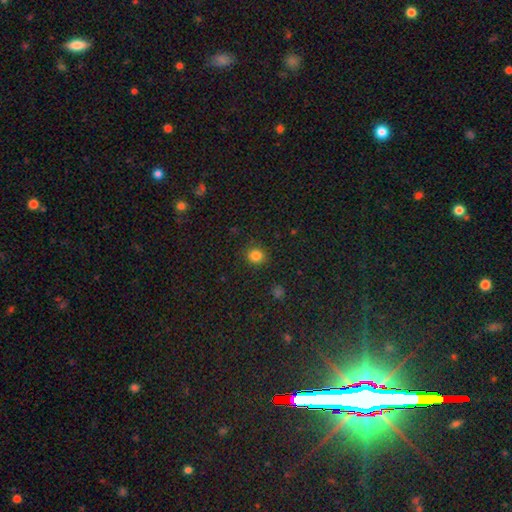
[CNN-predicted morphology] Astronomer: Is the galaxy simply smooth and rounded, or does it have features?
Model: smooth — 83%.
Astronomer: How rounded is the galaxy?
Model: round — 85%.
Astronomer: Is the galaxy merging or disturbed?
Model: none — 89%.